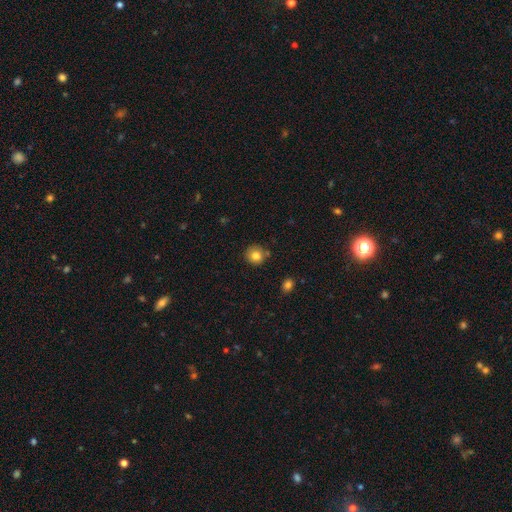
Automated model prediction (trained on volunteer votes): Smooth or featured? Predicted: smooth (p=0.82). How rounded? Predicted: round (p=0.90). Merging? Predicted: none (p=0.81).